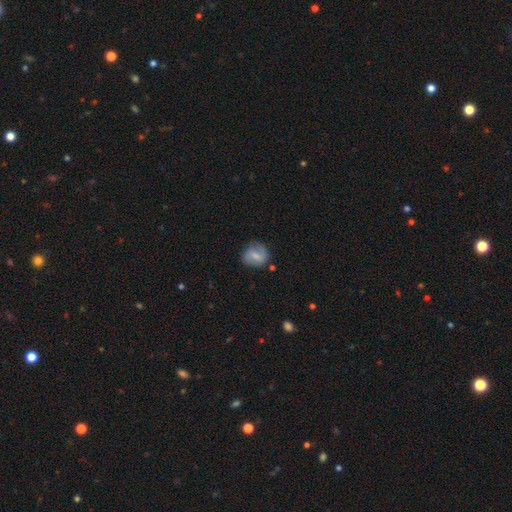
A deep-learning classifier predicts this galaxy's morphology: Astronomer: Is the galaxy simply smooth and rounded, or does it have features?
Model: featured or disk — 50% (runner-up: smooth, 42%).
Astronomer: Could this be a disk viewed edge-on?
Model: no — 96%.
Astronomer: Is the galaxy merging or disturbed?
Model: none — 69%.